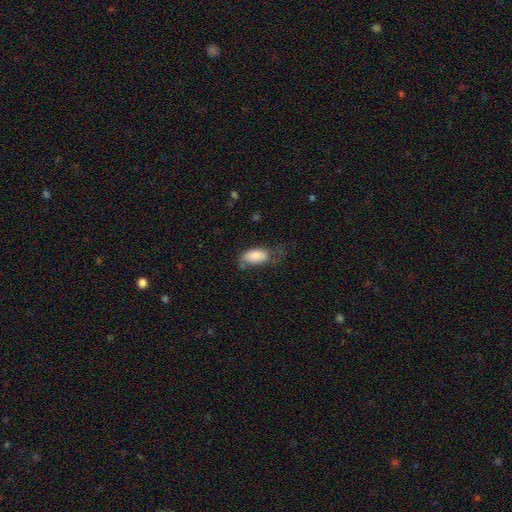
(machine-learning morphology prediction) Smooth or featured? smooth (82%)
How rounded? in between (92%)
Merging? none (37%)